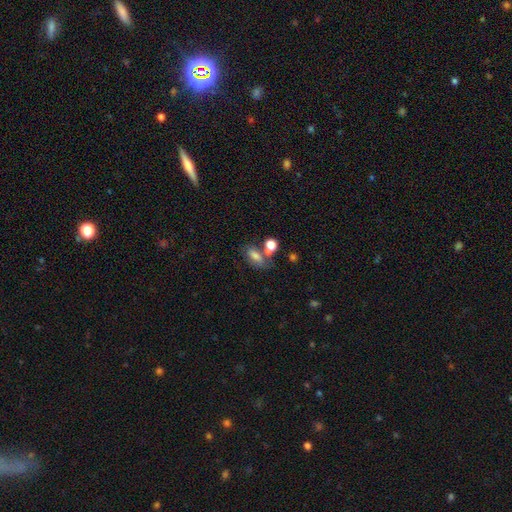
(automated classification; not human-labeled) This is possibly a smooth galaxy (56%). How rounded: likely in between (74%). Merging: possibly none (53%).